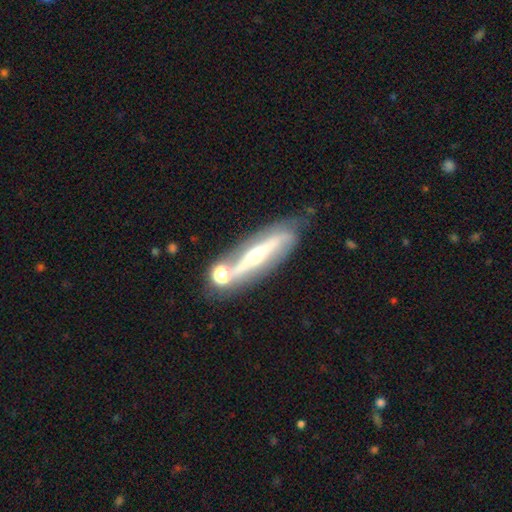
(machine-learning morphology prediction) featured or disk 73%, smooth 19%, star or artifact 8%. Down the decision tree: edge-on disk — yes (63%); merging — none (66%).